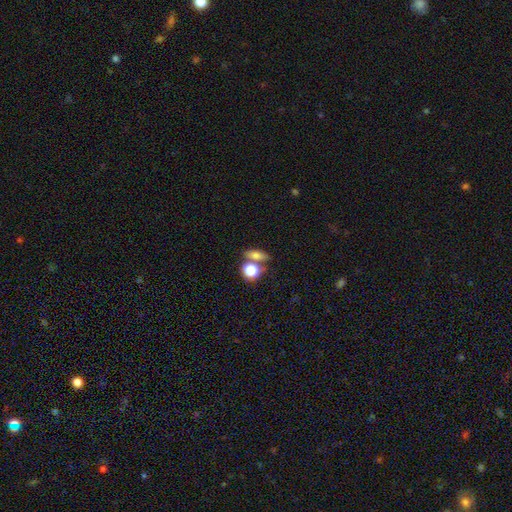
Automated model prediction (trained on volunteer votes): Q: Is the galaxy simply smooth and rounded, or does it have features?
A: smooth — 69%.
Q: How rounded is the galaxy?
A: in between — 53%.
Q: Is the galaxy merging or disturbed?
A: none — 57%.